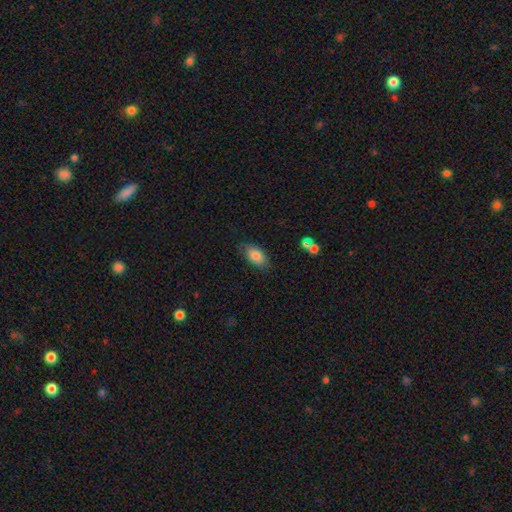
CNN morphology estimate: Smooth or featured: smooth — 80% (featured or disk — 13%)
How rounded: in between — 93% (round — 4%)
Merging: none — 77% (minor disturbance — 18%)